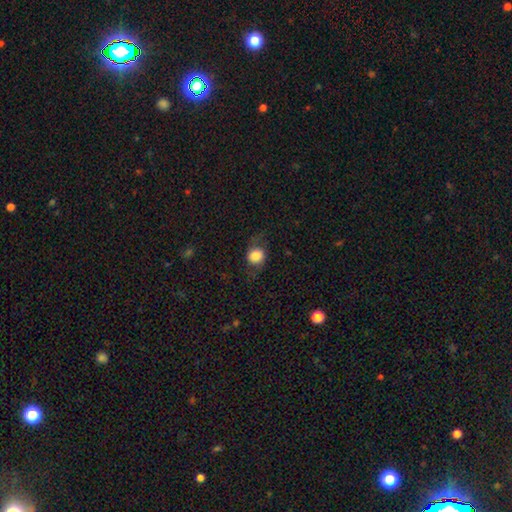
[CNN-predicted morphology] Smooth or featured? smooth (75%)
How rounded? round (69%)
Merging? none (69%)